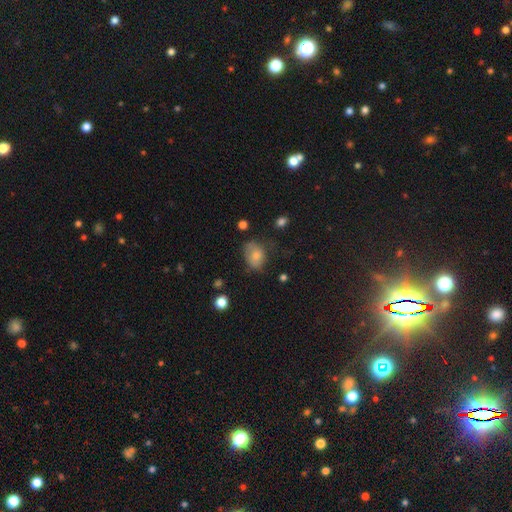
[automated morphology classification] Q: Smooth or featured?
A: smooth (76%); runner-up: featured or disk (14%)
Q: How rounded?
A: in between (68%); runner-up: round (31%)
Q: Merging?
A: none (46%); runner-up: minor disturbance (33%)